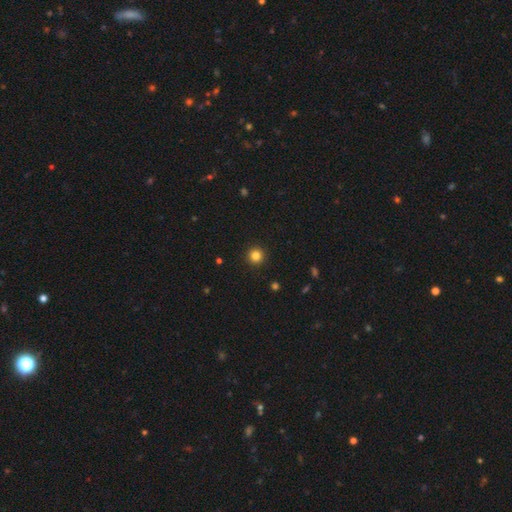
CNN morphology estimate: smooth_or_featured: smooth (p=0.83) [alt: star or artifact p=0.13]
how_rounded: round (p=0.96) [alt: in between p=0.03]
merging: none (p=0.93) [alt: minor disturbance p=0.04]